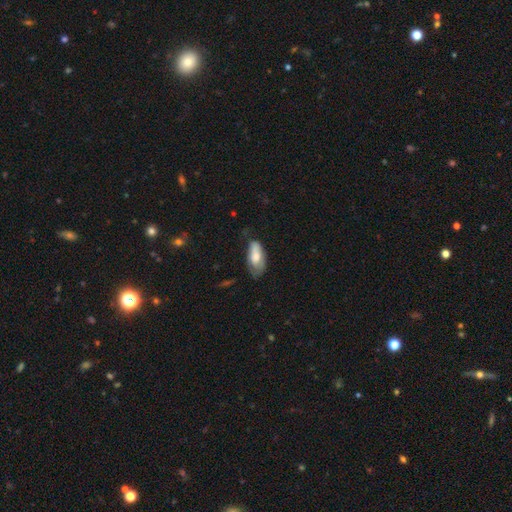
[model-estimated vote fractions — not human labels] smooth_or_featured: smooth (p=0.69) [alt: featured or disk p=0.24]
how_rounded: in between (p=0.88) [alt: cigar-shaped p=0.10]
merging: none (p=0.40) [alt: minor disturbance p=0.38]